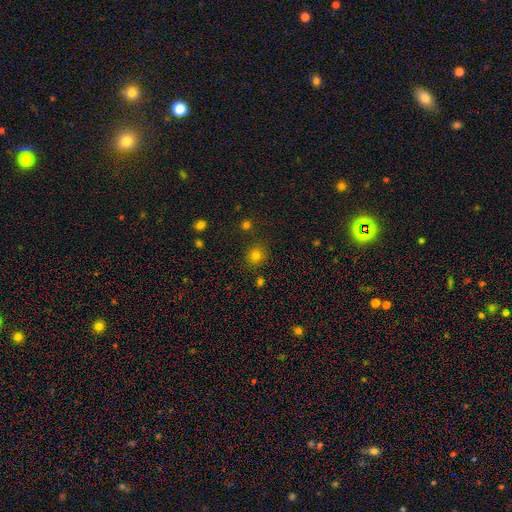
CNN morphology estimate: smooth_or_featured: smooth (p=0.77) [alt: star or artifact p=0.17]
how_rounded: round (p=0.85) [alt: in between p=0.14]
merging: none (p=0.85) [alt: minor disturbance p=0.09]